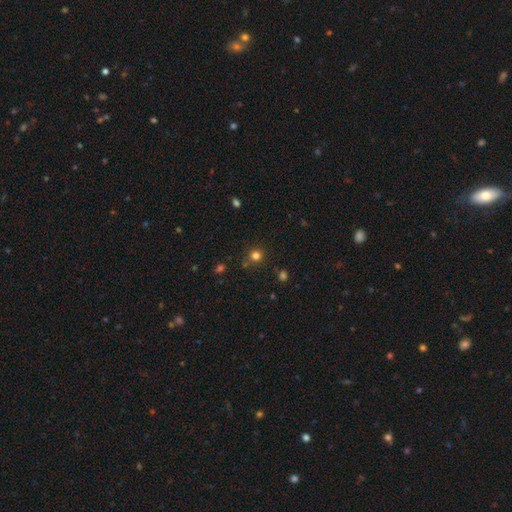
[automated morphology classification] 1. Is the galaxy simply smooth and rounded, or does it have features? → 75% smooth, 19% star or artifact, 5% featured or disk.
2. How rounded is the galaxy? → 91% round, 8% in between, 1% cigar-shaped.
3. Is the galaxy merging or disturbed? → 81% none, 10% minor disturbance, 5% merger, 4% major disturbance.